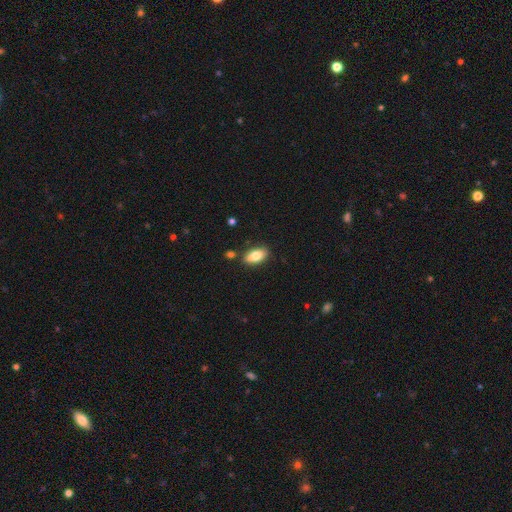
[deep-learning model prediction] This appears to be a smooth galaxy with no disk features (80%) that is in between round and cigar-shaped (91%). Merging: none (81%).